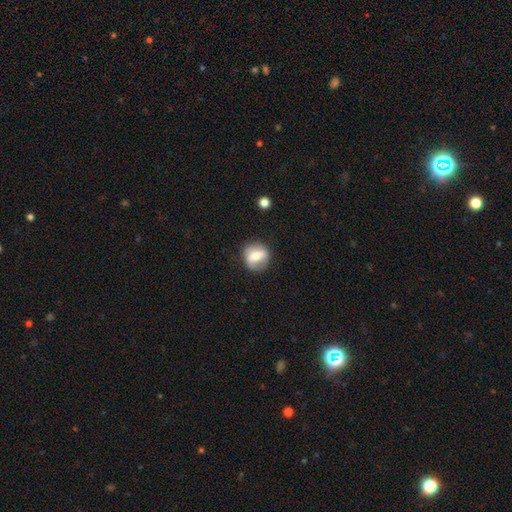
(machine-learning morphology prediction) type=smooth (61%); roundness=round (69%); merging=none (77%).